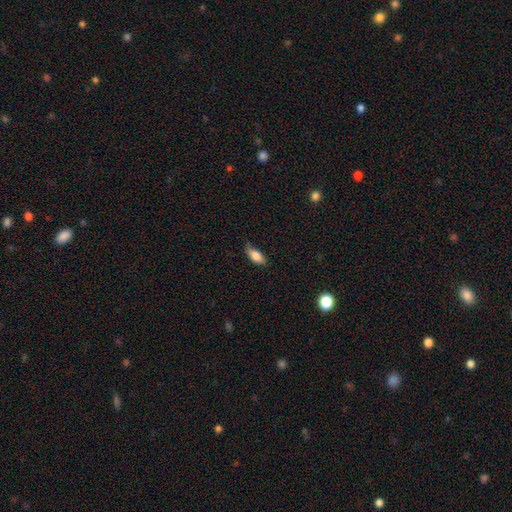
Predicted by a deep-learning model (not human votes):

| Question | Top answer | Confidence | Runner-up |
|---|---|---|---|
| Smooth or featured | smooth | 81% | featured or disk (11%) |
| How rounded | in between | 85% | cigar-shaped (12%) |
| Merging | none | 61% | minor disturbance (30%) |